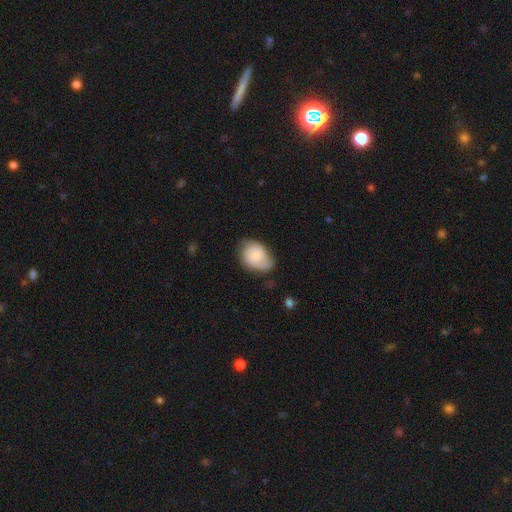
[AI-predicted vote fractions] smooth_or_featured: smooth (p=0.46) [tied with: featured or disk p=0.46]
merging: none (p=0.57) [alt: minor disturbance p=0.29]